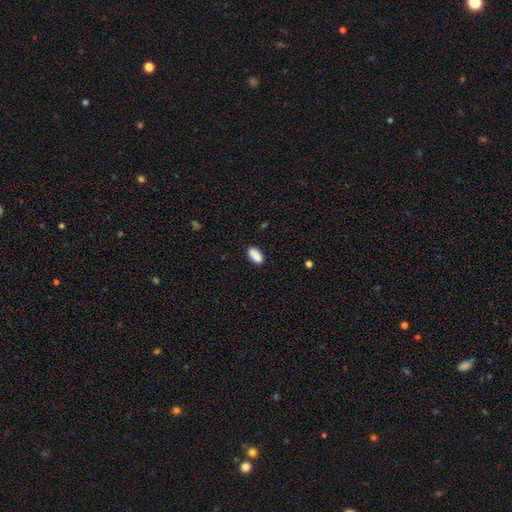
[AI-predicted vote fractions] This is clearly a smooth galaxy (87%). How rounded: clearly in between (89%). Merging: likely none (76%).